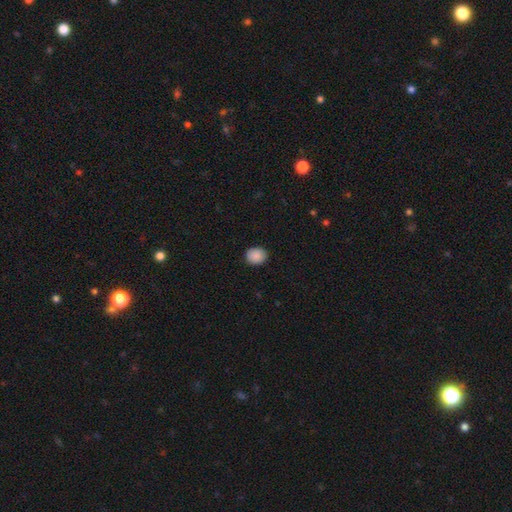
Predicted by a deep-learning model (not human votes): Smooth or featured? smooth (89%)
How rounded? round (63%)
Merging? none (90%)